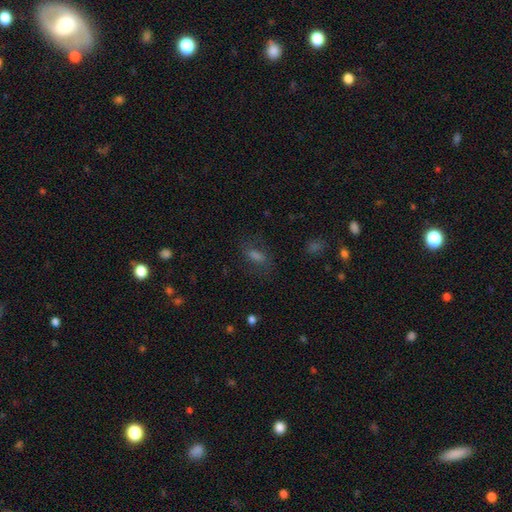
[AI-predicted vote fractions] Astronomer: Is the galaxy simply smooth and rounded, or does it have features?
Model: smooth — 50% (runner-up: star or artifact, 28%).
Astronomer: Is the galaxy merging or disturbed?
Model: none — 73%.